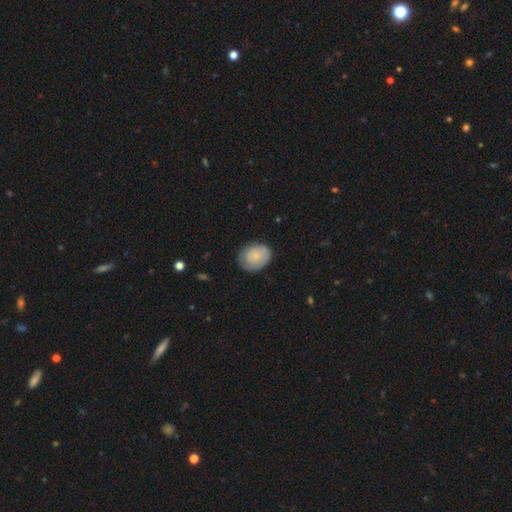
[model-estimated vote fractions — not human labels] Smooth or featured? smooth (67%)
How rounded? in between (53%)
Merging? none (71%)